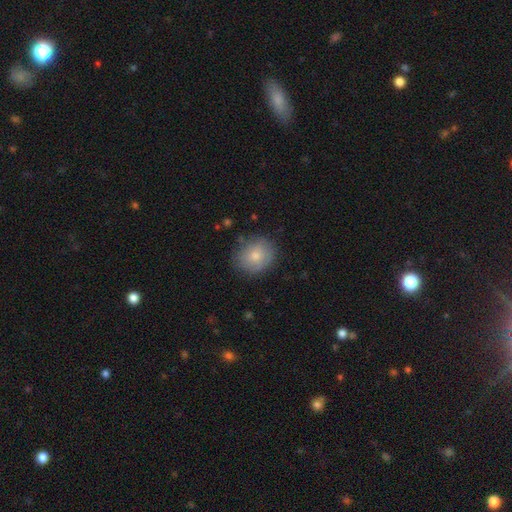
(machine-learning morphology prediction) type=smooth (76%); roundness=round (69%); merging=none (77%).